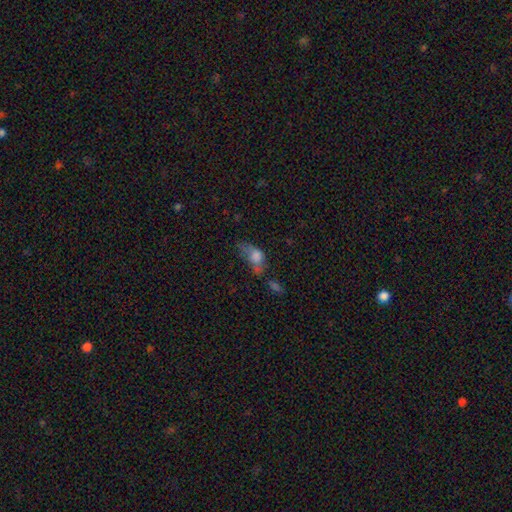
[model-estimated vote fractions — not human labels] Q: Smooth or featured?
A: smooth (67%); runner-up: featured or disk (21%)
Q: How rounded?
A: in between (79%); runner-up: round (12%)
Q: Merging?
A: major disturbance (37%); runner-up: minor disturbance (26%)